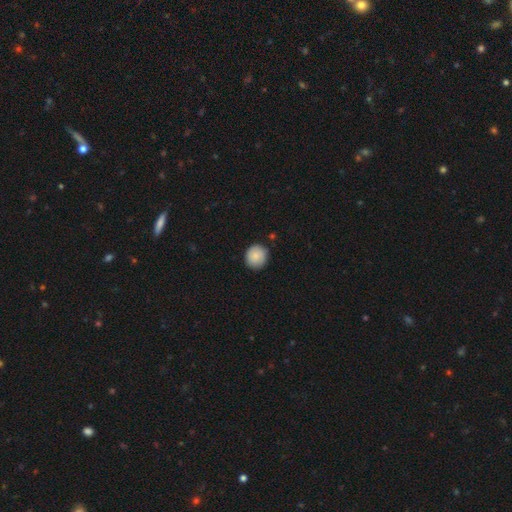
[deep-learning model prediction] The model was most divided on "merging": none: 84%, minor disturbance: 12%, major disturbance: 2%, merger: 1%. More confident: how rounded — round (86%); smooth or featured — smooth (85%).